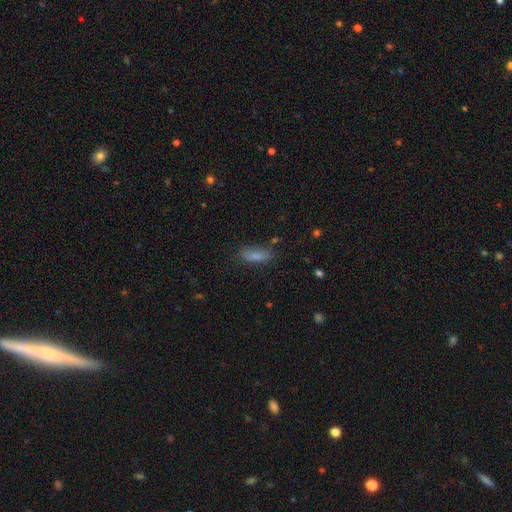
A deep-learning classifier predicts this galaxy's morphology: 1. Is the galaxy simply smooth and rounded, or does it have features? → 81% smooth, 10% featured or disk, 9% star or artifact.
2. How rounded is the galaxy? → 67% in between, 30% cigar-shaped, 3% round.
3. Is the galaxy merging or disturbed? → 73% none, 18% minor disturbance, 6% major disturbance, 3% merger.